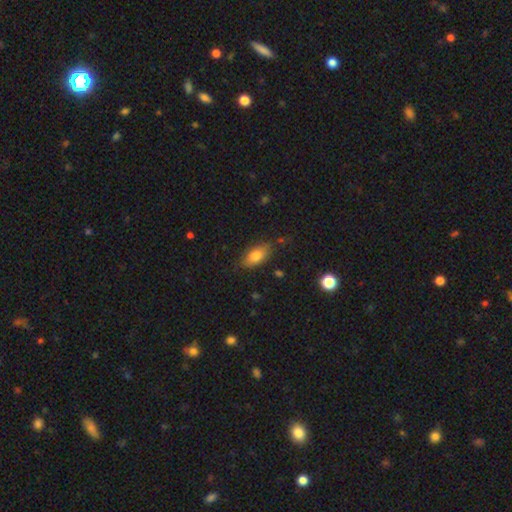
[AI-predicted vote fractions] Morphology: type=smooth (78%); roundness=in between (88%); merging=none (76%).